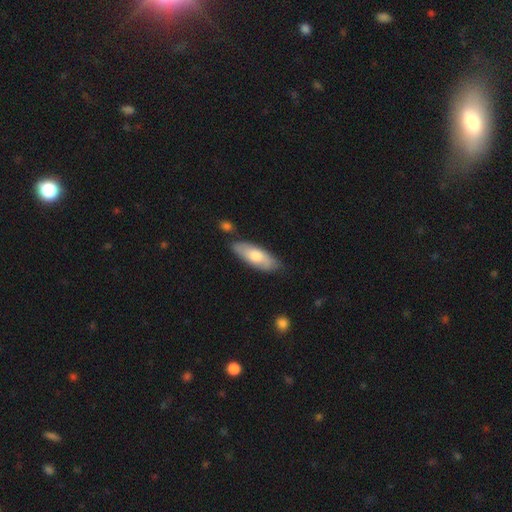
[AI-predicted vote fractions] A smooth galaxy with no disk features (63%) that is in between round and cigar-shaped (62%). Merging: none (78%).